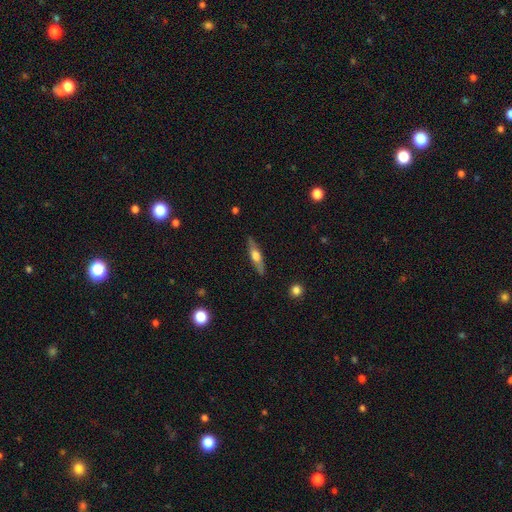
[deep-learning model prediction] Smooth or featured?
  - featured or disk: 54% *
  - smooth: 40%
  - star or artifact: 6%
Edge-on disk?
  - yes: 88% *
  - no: 12%
Merging?
  - none: 86% *
  - minor disturbance: 11%
  - major disturbance: 2%
  - merger: 1%